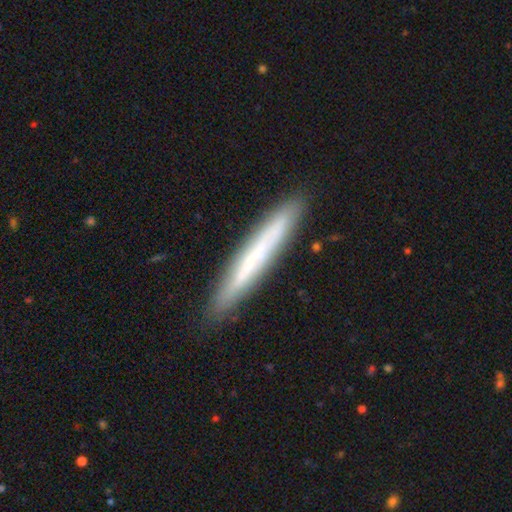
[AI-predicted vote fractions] Smooth or featured?
  - smooth: 49% *
  - featured or disk: 44%
  - star or artifact: 7%
Merging?
  - none: 89% *
  - minor disturbance: 8%
  - major disturbance: 2%
  - merger: 1%